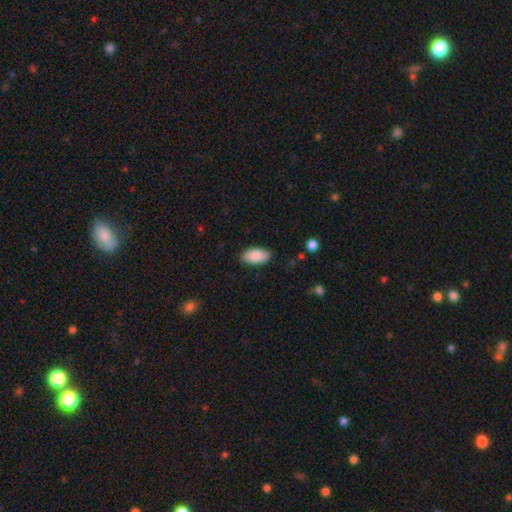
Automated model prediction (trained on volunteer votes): Q: Smooth or featured?
A: smooth (89%); runner-up: star or artifact (6%)
Q: How rounded?
A: in between (95%); runner-up: cigar-shaped (3%)
Q: Merging?
A: none (86%); runner-up: minor disturbance (10%)